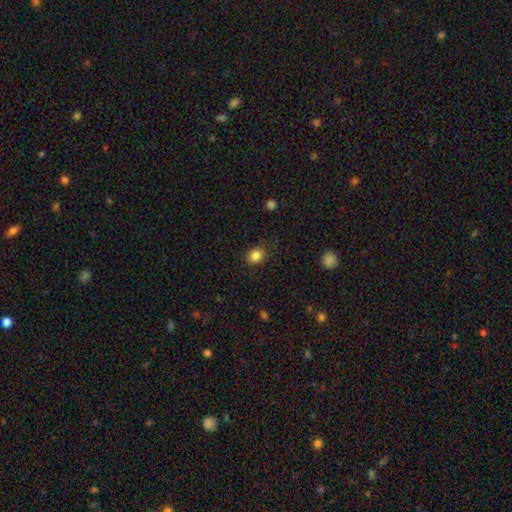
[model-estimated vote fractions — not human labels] Overall: smooth (85%). How rounded: round (50%; in between 49%). Merging: none (79%).